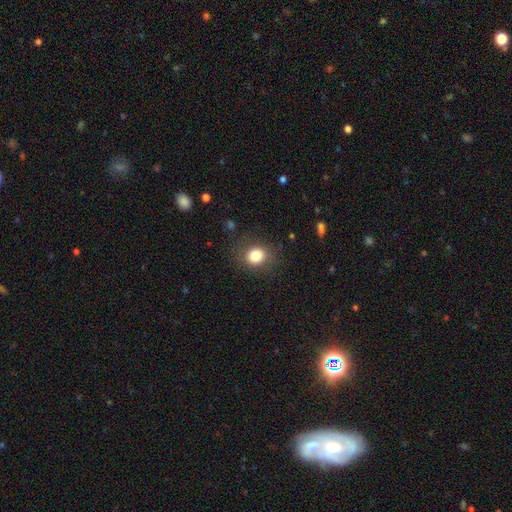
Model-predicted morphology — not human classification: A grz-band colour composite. It shows a smooth galaxy with no disk features (82%) that is round (67%). Merging: none (82%).